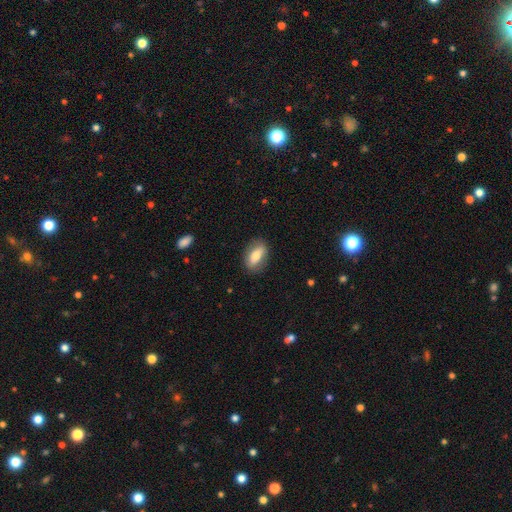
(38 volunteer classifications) smooth_or_featured: smooth (p=0.66) [alt: featured or disk p=0.24]
how_rounded: in between (p=0.80) [alt: cigar-shaped p=0.12]
merging: none (p=0.82) [alt: minor disturbance p=0.18]